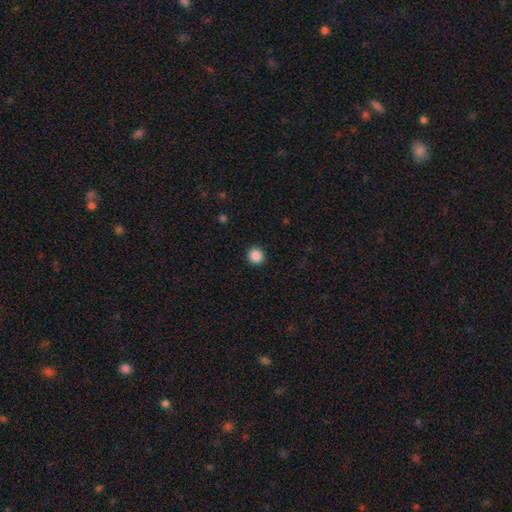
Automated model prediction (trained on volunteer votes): This is clearly a smooth galaxy (88%). How rounded: clearly round (93%). Merging: clearly none (93%).